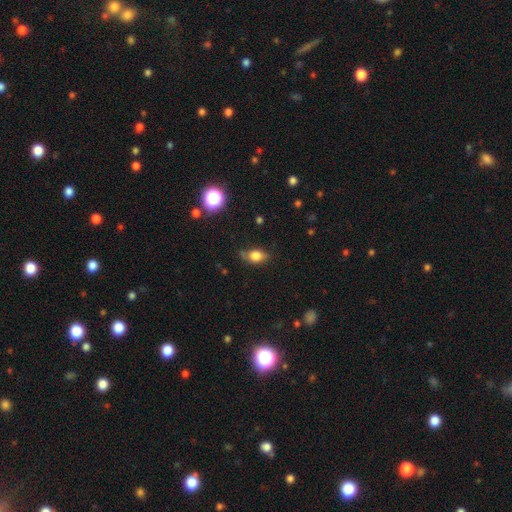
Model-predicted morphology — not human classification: Smooth or featured?
  - smooth: 76% *
  - featured or disk: 13%
  - star or artifact: 11%
How rounded?
  - in between: 79% *
  - round: 17%
  - cigar-shaped: 4%
Merging?
  - none: 61% *
  - minor disturbance: 29%
  - major disturbance: 8%
  - merger: 3%